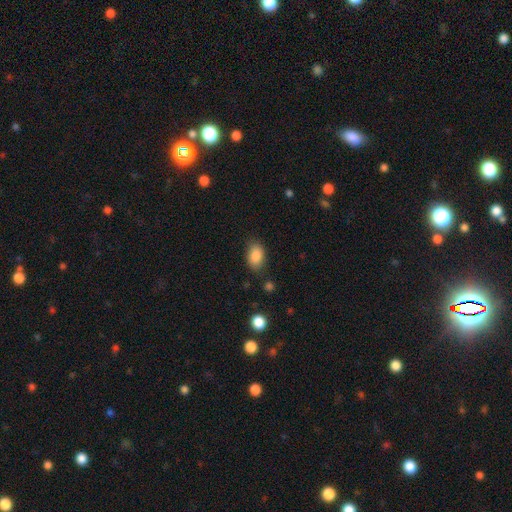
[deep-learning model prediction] smooth 87%, star or artifact 8%, featured or disk 6%. Down the decision tree: how rounded — in between (88%); merging — none (80%).